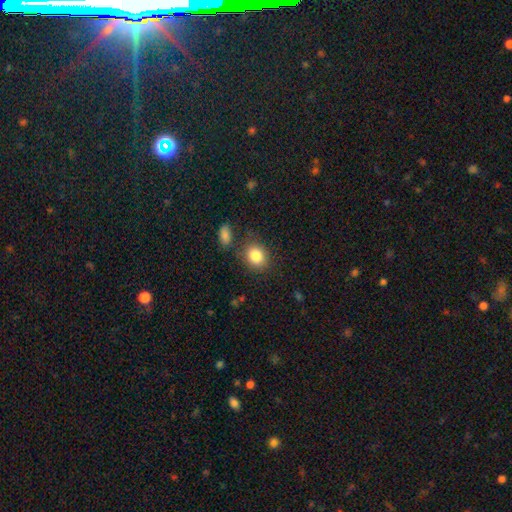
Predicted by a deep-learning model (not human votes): smooth_or_featured: smooth (p=0.85) [alt: star or artifact p=0.09]
how_rounded: round (p=0.55) [alt: in between p=0.44]
merging: none (p=0.76) [alt: minor disturbance p=0.13]